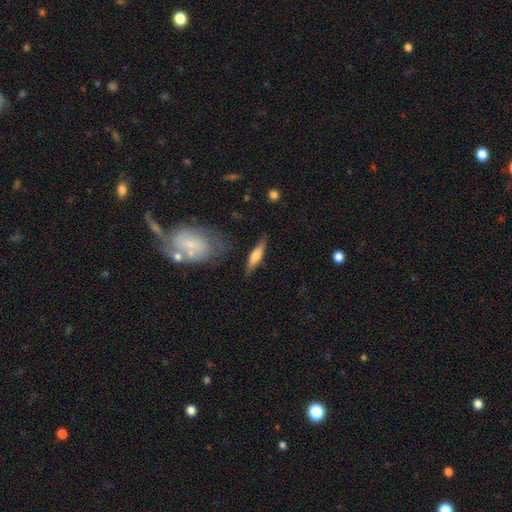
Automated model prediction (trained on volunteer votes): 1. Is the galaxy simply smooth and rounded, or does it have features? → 56% smooth, 38% featured or disk, 6% star or artifact.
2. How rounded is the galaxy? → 72% cigar-shaped, 25% in between, 2% round.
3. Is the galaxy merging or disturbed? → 78% none, 14% minor disturbance, 4% major disturbance, 4% merger.